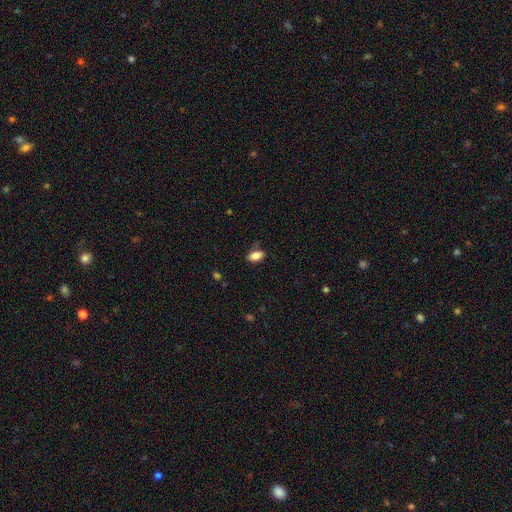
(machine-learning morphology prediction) smooth-or-featured: smooth: 84% | star or artifact: 8% | featured or disk: 8%
  how-rounded: in between: 89% | round: 6% | cigar-shaped: 5%
  merging: none: 75% | minor disturbance: 19% | major disturbance: 4% | merger: 2%